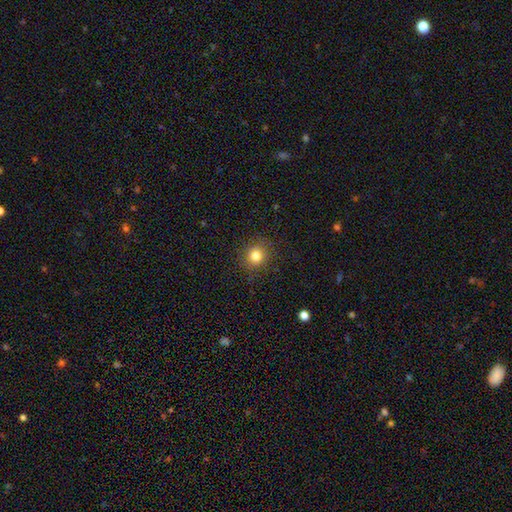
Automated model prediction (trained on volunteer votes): This is clearly a smooth galaxy (81%). How rounded: clearly round (89%). Merging: clearly none (88%).